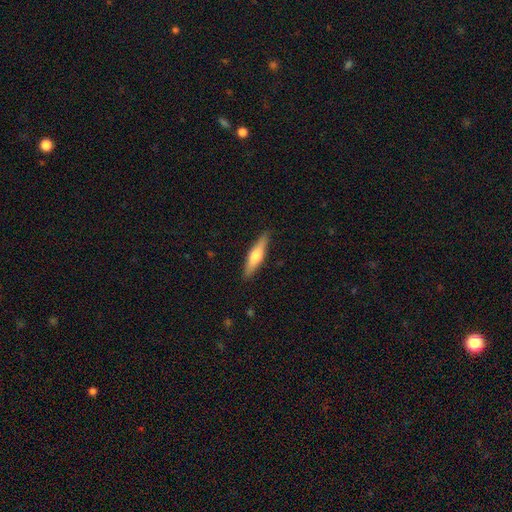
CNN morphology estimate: Smooth or featured?
  - smooth: 50% *
  - featured or disk: 44%
  - star or artifact: 5%
How rounded?
  - cigar-shaped: 77% *
  - in between: 21%
  - round: 2%
Merging?
  - none: 89% *
  - minor disturbance: 8%
  - major disturbance: 2%
  - merger: 1%